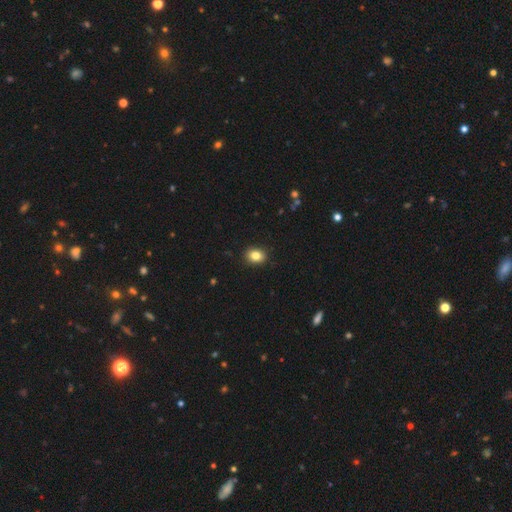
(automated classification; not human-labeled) Q: Smooth or featured?
A: smooth (85%); runner-up: star or artifact (9%)
Q: How rounded?
A: in between (60%); runner-up: round (39%)
Q: Merging?
A: none (90%); runner-up: minor disturbance (7%)